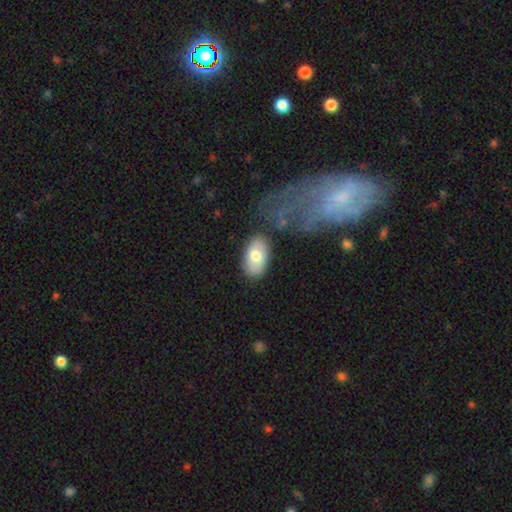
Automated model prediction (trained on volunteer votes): Morphology: type=smooth (72%); roundness=in between (94%); merging=none (81%).